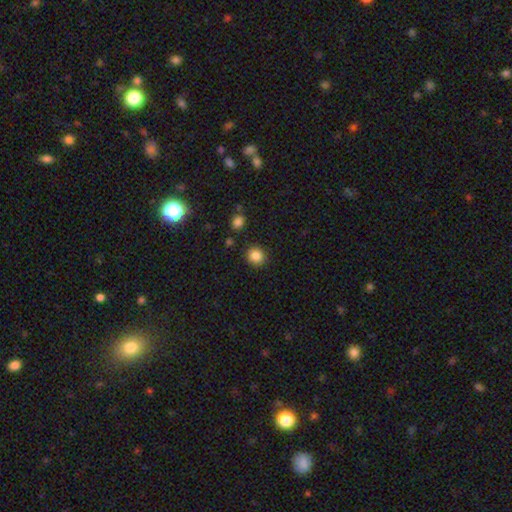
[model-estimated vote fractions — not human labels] Q: Smooth or featured?
A: smooth (86%); runner-up: star or artifact (11%)
Q: How rounded?
A: round (87%); runner-up: in between (12%)
Q: Merging?
A: none (89%); runner-up: minor disturbance (7%)